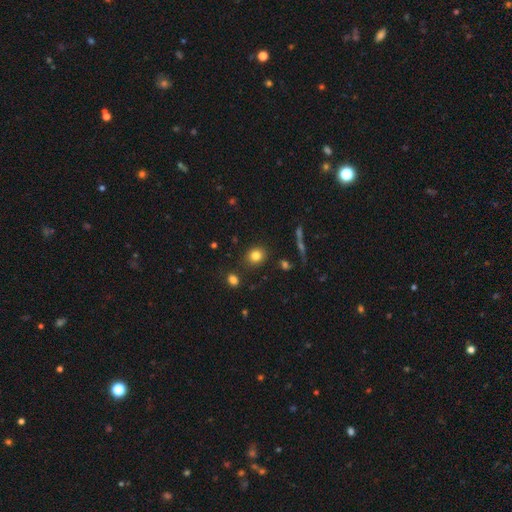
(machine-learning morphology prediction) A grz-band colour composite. It shows a smooth galaxy with no disk features (82%) that is round (70%). Merging: none (86%).